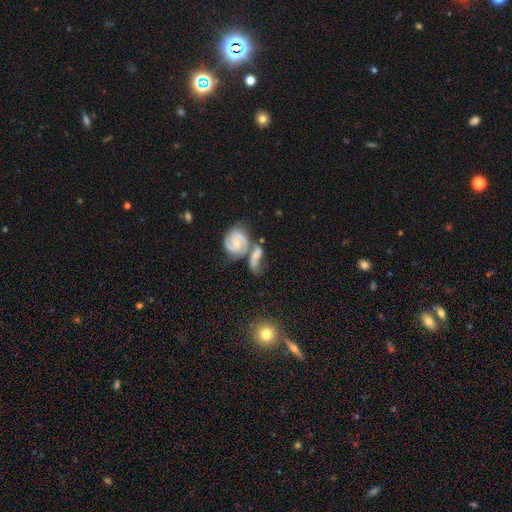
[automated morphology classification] Overall: featured or disk (67%). Edge-on disk: no (94%). Bar: no (57%; weak 32%). Spiral arms: yes (87%). Spiral arm count: 2 (78%). Spiral winding: medium (40%, tied with tight). Bulge size: moderate (49%; small 43%). Merging: merger (55%; none 23%).